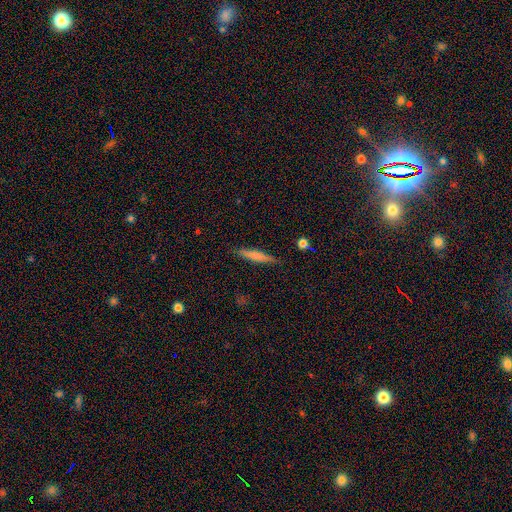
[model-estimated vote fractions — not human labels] Smooth or featured: smooth — 64% (featured or disk — 29%)
How rounded: cigar-shaped — 90% (in between — 9%)
Merging: none — 86% (minor disturbance — 10%)